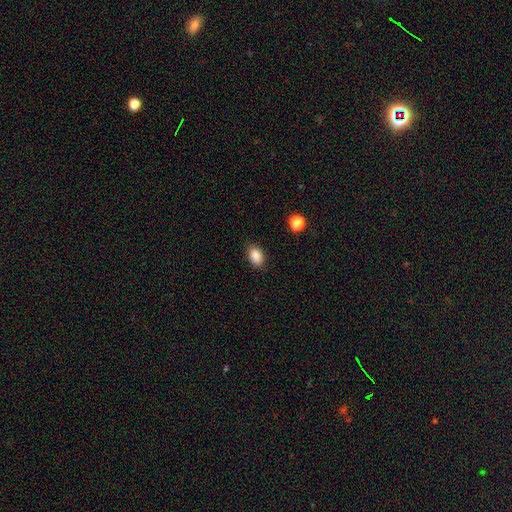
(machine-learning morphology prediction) A smooth galaxy with no disk features (87%) that is in between round and cigar-shaped (84%).

Vote fractions:
- Smooth or featured? smooth: 87% / star or artifact: 9% / featured or disk: 4%
- How rounded? in between: 84% / round: 15% / cigar-shaped: 1%
- Merging? none: 82% / minor disturbance: 13% / major disturbance: 3% / merger: 1%